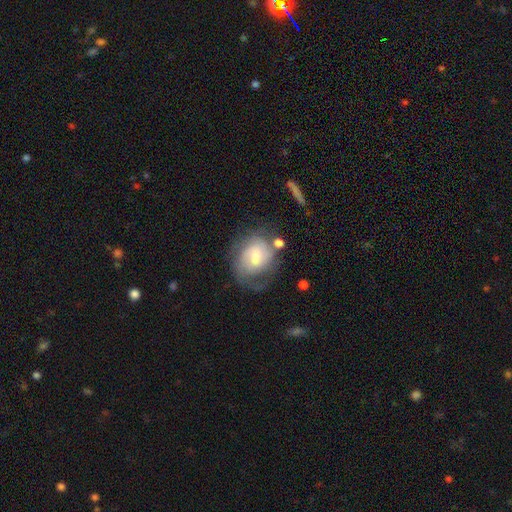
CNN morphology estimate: smooth_or_featured: featured or disk (p=0.54) [alt: smooth p=0.39]
disk_edge_on: no (p=0.97) [alt: yes p=0.03]
bar: no (p=0.53) [alt: weak p=0.40]
has_spiral_arms: yes (p=0.78) [alt: no p=0.22]
bulge_size: small (p=0.45) [alt: moderate p=0.39]
merging: none (p=0.42) [alt: major disturbance p=0.26]